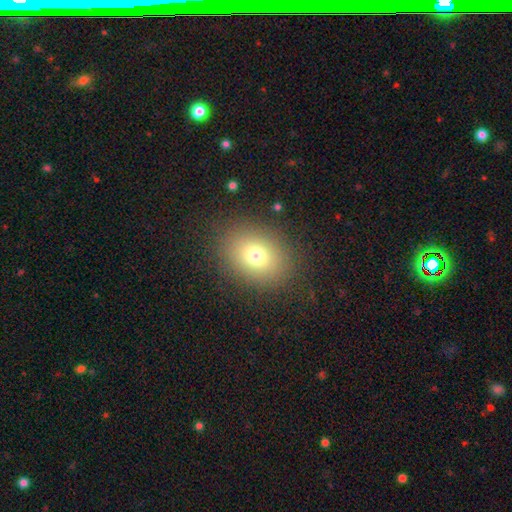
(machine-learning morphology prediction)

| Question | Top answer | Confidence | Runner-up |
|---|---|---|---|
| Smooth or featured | smooth | 75% | star or artifact (14%) |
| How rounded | in between | 54% | round (45%) |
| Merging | none | 86% | minor disturbance (9%) |